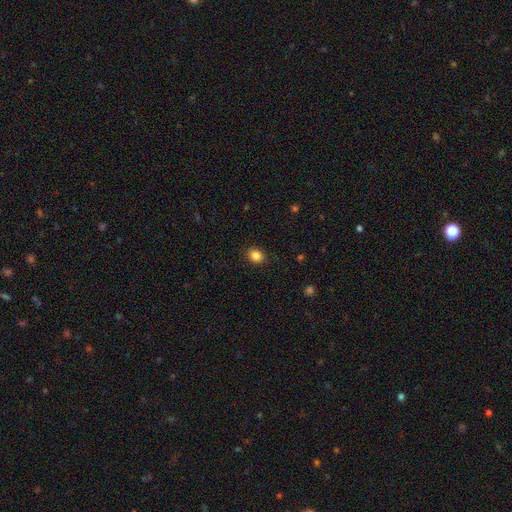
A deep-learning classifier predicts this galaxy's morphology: This appears to be a smooth galaxy with no disk features (85%) that is round (53%). Merging: none (89%).